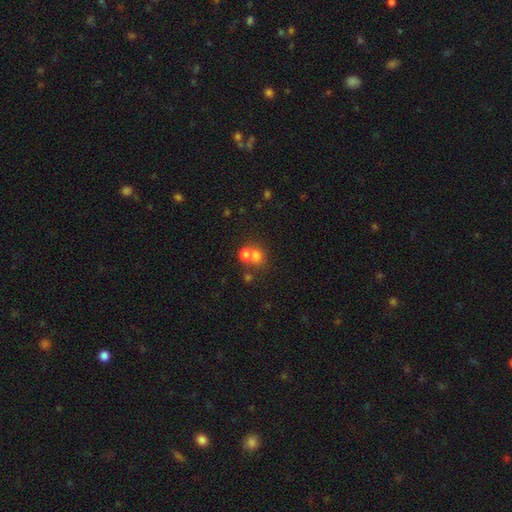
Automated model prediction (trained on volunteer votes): Smooth or featured: smooth — 69% (star or artifact — 16%)
How rounded: round — 74% (in between — 25%)
Merging: merger — 52% (none — 37%)